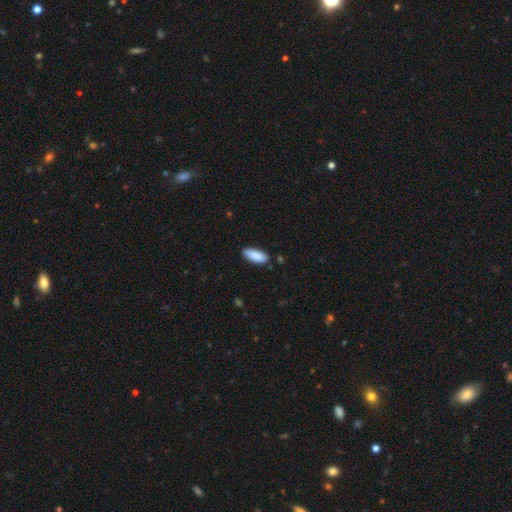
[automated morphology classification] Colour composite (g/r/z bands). It shows a smooth galaxy with no disk features (89%) that is in between round and cigar-shaped (81%). Merging: none (84%).